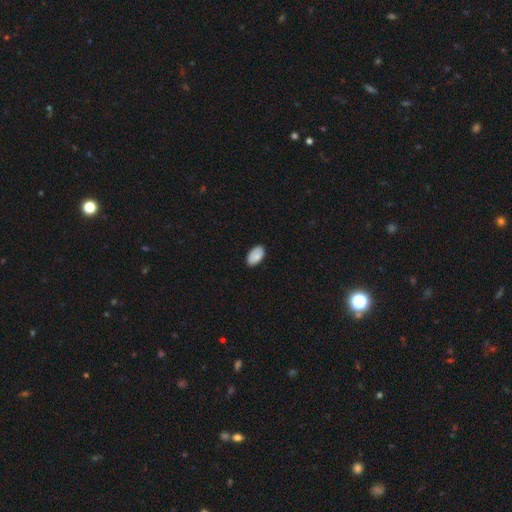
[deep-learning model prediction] smooth-or-featured: smooth: 85% | featured or disk: 8% | star or artifact: 7%
  how-rounded: in between: 95% | round: 4% | cigar-shaped: 1%
  merging: none: 85% | minor disturbance: 12% | major disturbance: 2% | merger: 1%